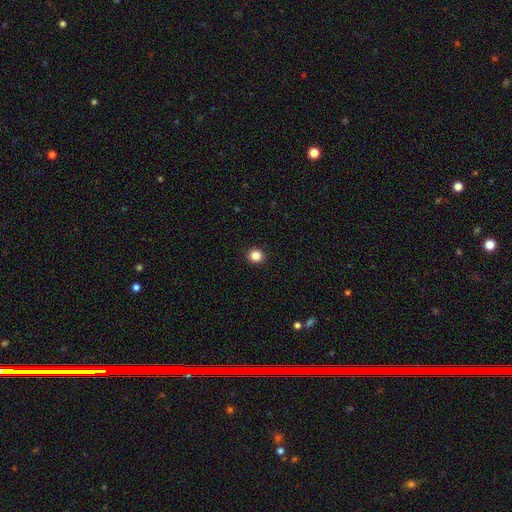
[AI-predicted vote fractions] This appears to be a smooth galaxy with no disk features (85%) that is round (91%). Merging: none (93%).